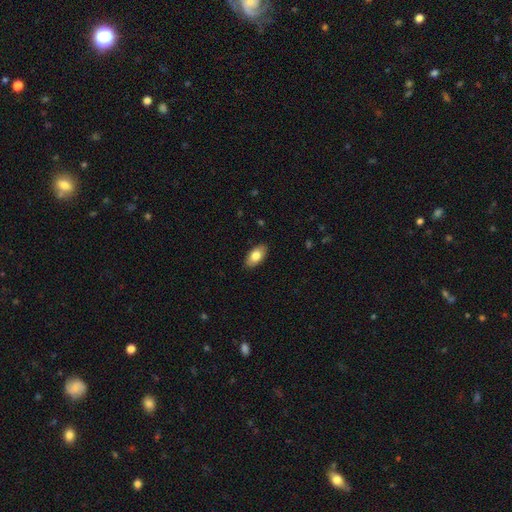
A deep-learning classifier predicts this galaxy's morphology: smooth_or_featured: smooth (p=0.80) [alt: featured or disk p=0.14]
how_rounded: in between (p=0.94) [alt: round p=0.03]
merging: none (p=0.88) [alt: minor disturbance p=0.09]